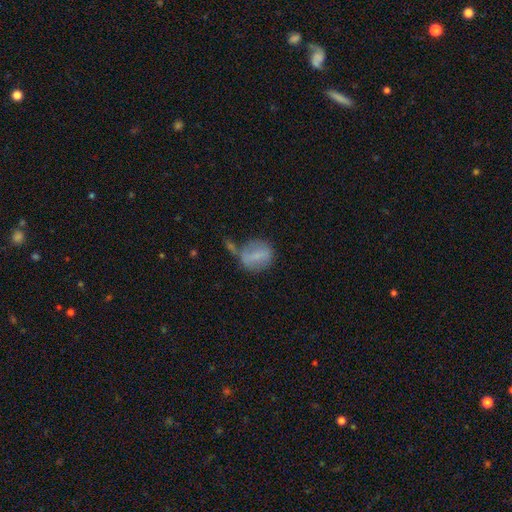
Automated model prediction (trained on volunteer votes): A smooth galaxy with no disk features (64%) that is round (53%). Merging: none (43%).